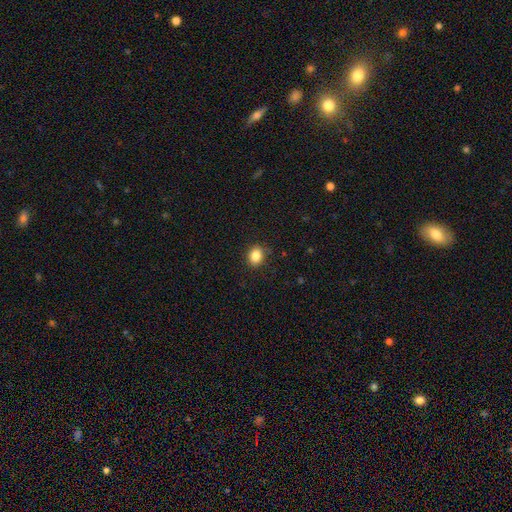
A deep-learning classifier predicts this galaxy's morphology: This is clearly a smooth galaxy (85%). How rounded: possibly round (57%). Merging: clearly none (87%).